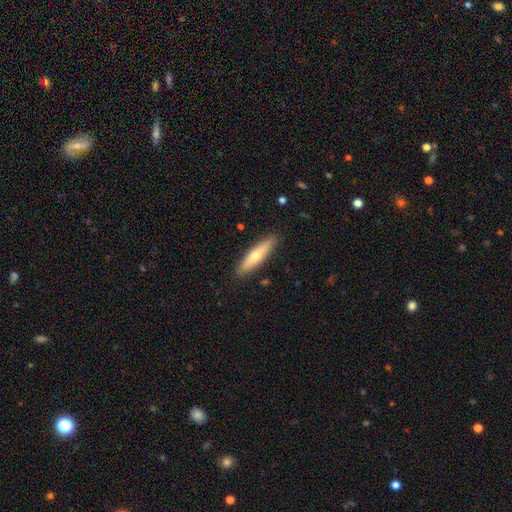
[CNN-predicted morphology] Smooth or featured? smooth (55%)
How rounded? cigar-shaped (75%)
Merging? none (89%)